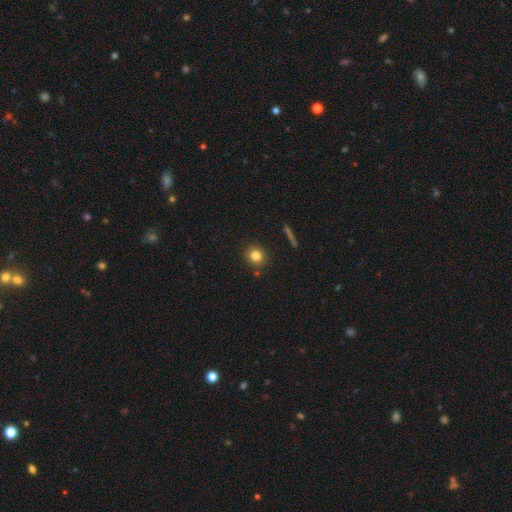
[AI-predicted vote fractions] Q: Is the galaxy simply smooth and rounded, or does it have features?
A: smooth — 82%.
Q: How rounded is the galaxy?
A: round — 89%.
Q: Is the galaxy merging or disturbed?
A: none — 88%.